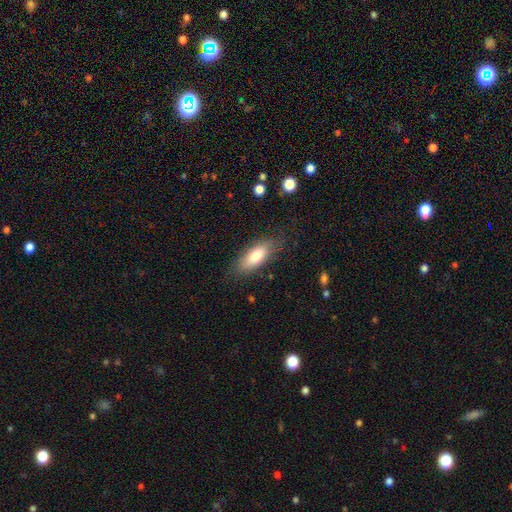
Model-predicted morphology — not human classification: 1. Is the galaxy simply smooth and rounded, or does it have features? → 75% smooth, 18% featured or disk, 7% star or artifact.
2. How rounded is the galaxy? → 78% in between, 20% cigar-shaped, 2% round.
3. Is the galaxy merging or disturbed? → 75% none, 18% minor disturbance, 6% major disturbance, 1% merger.